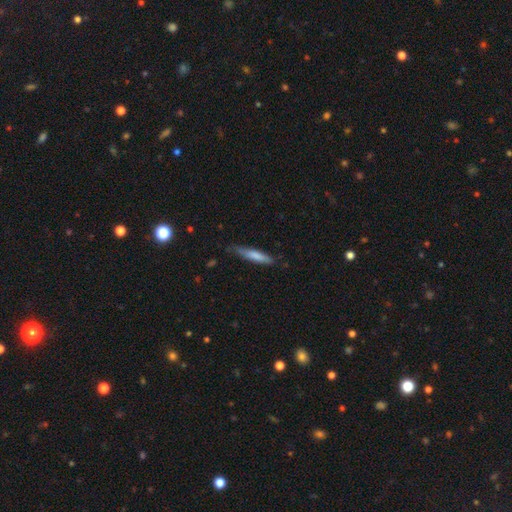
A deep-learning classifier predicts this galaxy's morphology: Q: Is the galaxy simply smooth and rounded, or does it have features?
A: smooth — 72%.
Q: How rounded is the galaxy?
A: cigar-shaped — 87%.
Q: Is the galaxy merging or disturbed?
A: none — 69%.